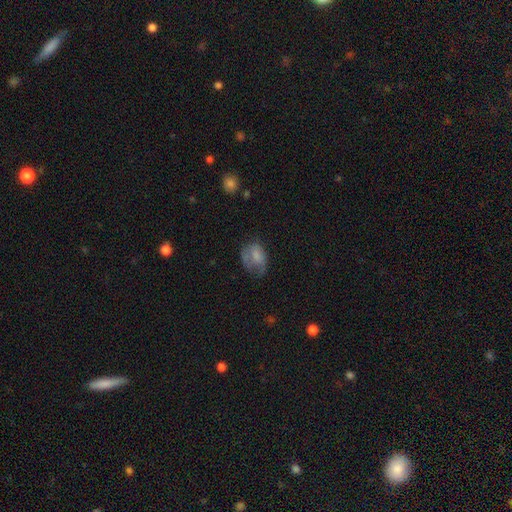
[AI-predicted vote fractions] Smooth or featured? smooth (62%)
How rounded? in between (73%)
Merging? none (35%)